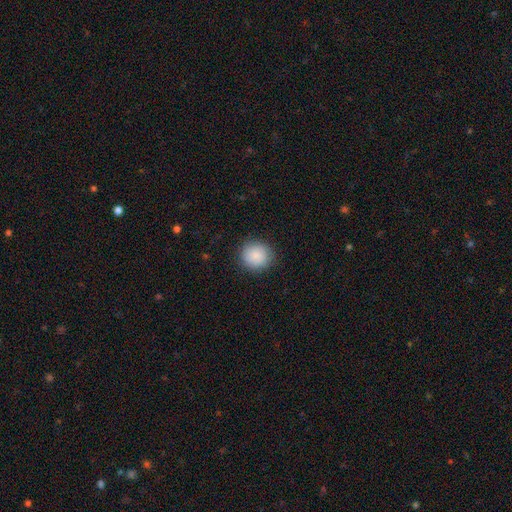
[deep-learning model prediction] The model was most divided on "how rounded": round: 89%, in between: 10%, cigar-shaped: 1%. More confident: smooth or featured — smooth (89%); merging — none (89%).